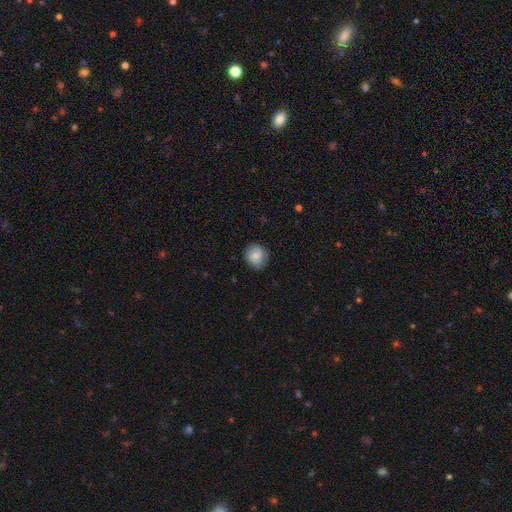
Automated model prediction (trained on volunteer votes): smooth_or_featured: smooth (p=0.84) [alt: featured or disk p=0.09]
how_rounded: round (p=0.80) [alt: in between p=0.19]
merging: none (p=0.81) [alt: minor disturbance p=0.15]